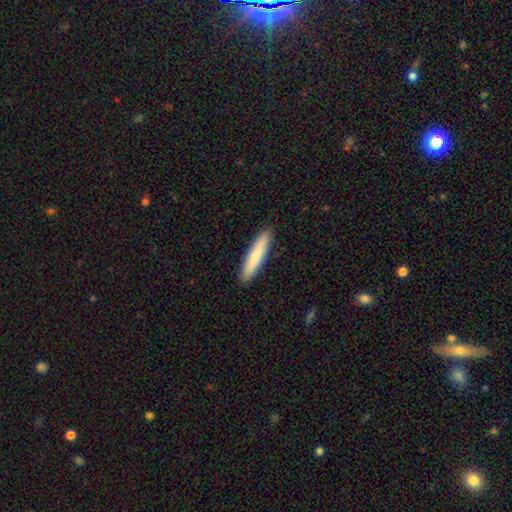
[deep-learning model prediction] Smooth or featured? Predicted: smooth (p=0.79). How rounded? Predicted: cigar-shaped (p=0.90). Merging? Predicted: none (p=0.91).